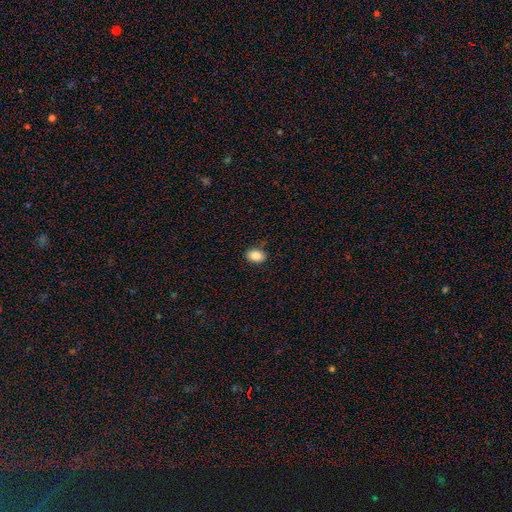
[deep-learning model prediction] A smooth galaxy with no disk features (87%) that is in between round and cigar-shaped (83%).

Vote fractions:
- Smooth or featured? smooth: 87% / star or artifact: 8% / featured or disk: 4%
- How rounded? in between: 83% / round: 15% / cigar-shaped: 1%
- Merging? none: 85% / minor disturbance: 11% / major disturbance: 2% / merger: 1%